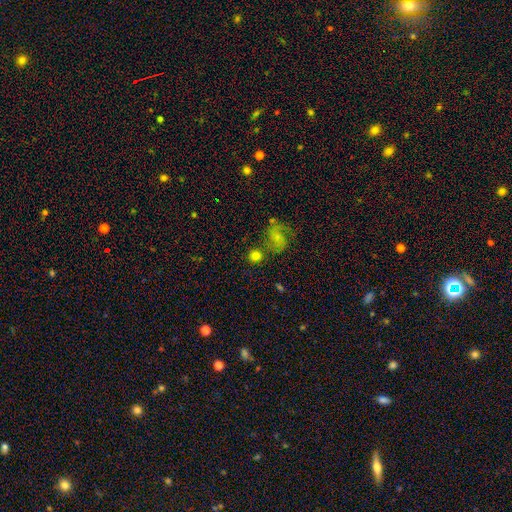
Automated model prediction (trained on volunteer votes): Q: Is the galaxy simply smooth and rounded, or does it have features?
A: smooth — 71%.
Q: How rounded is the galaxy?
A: round — 86%.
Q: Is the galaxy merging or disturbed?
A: none — 65%.